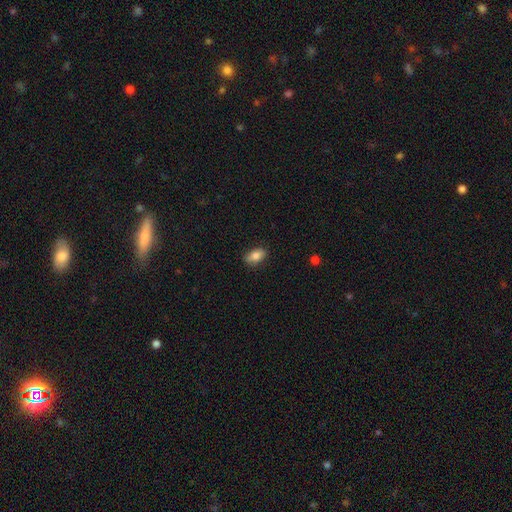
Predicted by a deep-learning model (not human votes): Morphology: type=smooth (80%); roundness=in between (87%); merging=none (82%).